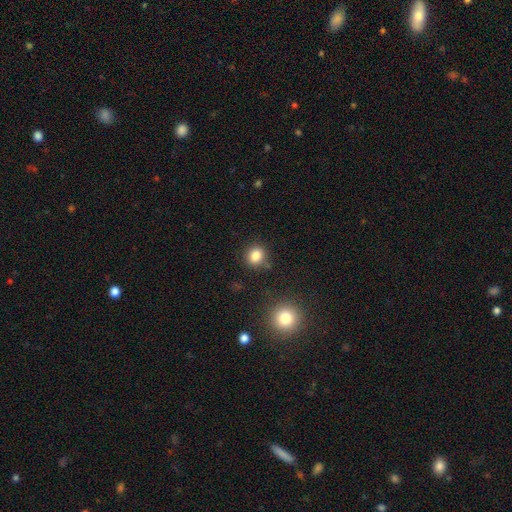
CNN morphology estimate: Smooth or featured? Predicted: smooth (p=0.83). How rounded? Predicted: round (p=0.75). Merging? Predicted: none (p=0.82).